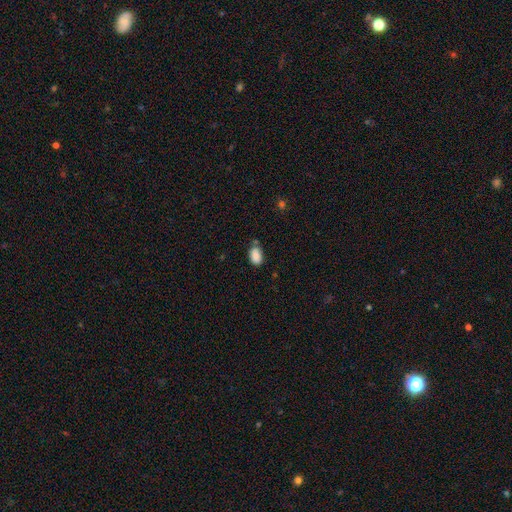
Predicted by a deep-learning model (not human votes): Smooth or featured?
  - smooth: 86% *
  - star or artifact: 8%
  - featured or disk: 6%
How rounded?
  - in between: 90% *
  - round: 9%
  - cigar-shaped: 1%
Merging?
  - none: 66% *
  - minor disturbance: 21%
  - merger: 10%
  - major disturbance: 4%